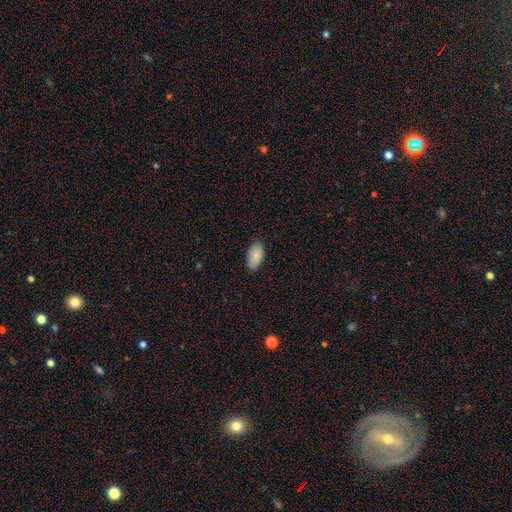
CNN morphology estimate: This is clearly a smooth galaxy (85%). How rounded: clearly in between (95%). Merging: clearly none (85%).